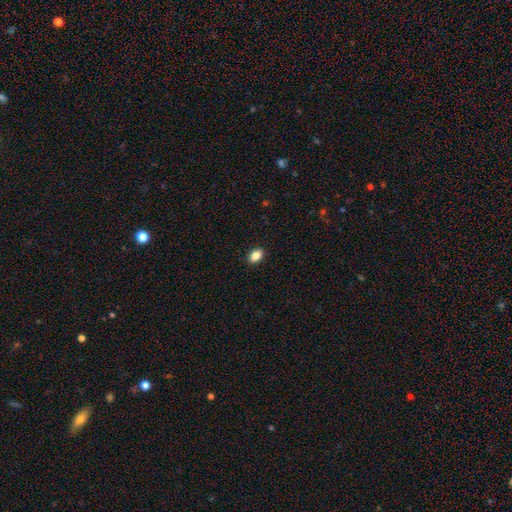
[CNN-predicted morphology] Smooth or featured? smooth (85%)
How rounded? in between (83%)
Merging? none (90%)